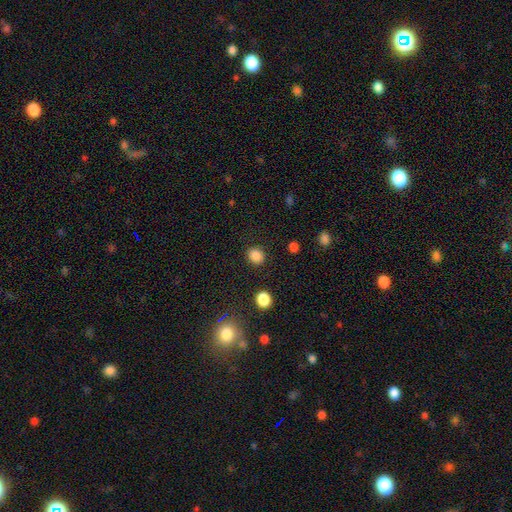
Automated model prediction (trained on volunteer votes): Q: Smooth or featured?
A: smooth (85%); runner-up: star or artifact (11%)
Q: How rounded?
A: round (74%); runner-up: in between (25%)
Q: Merging?
A: none (88%); runner-up: minor disturbance (7%)